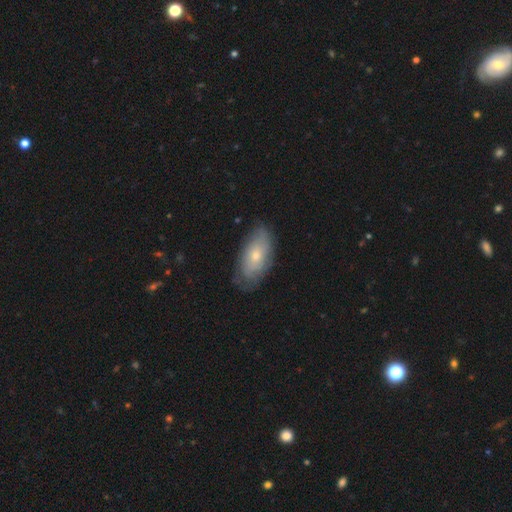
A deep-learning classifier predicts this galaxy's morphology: The model was most divided on "smooth or featured": smooth: 54%, featured or disk: 39%, star or artifact: 6%. More confident: how rounded — in between (90%); merging — none (70%).